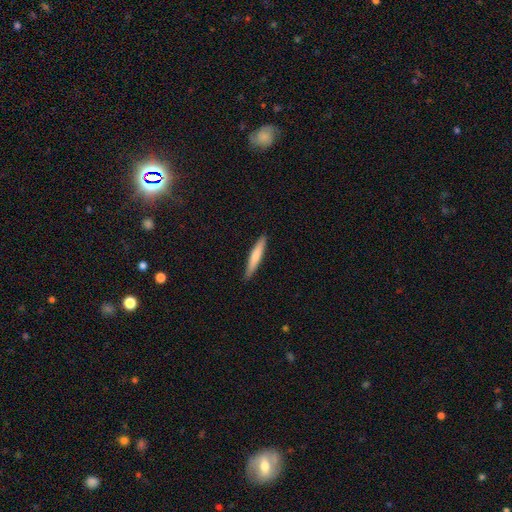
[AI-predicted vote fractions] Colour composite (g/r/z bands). It shows a smooth galaxy with no disk features (71%) that is cigar-shaped (93%). Merging: none (90%).